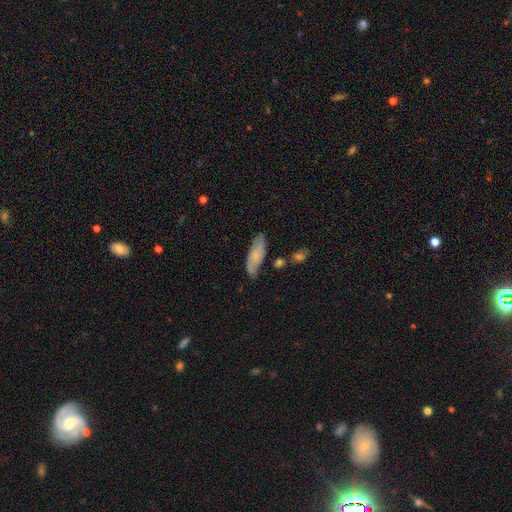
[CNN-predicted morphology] This is likely a smooth galaxy (62%). How rounded: possibly in between (60%). Merging: likely none (73%).